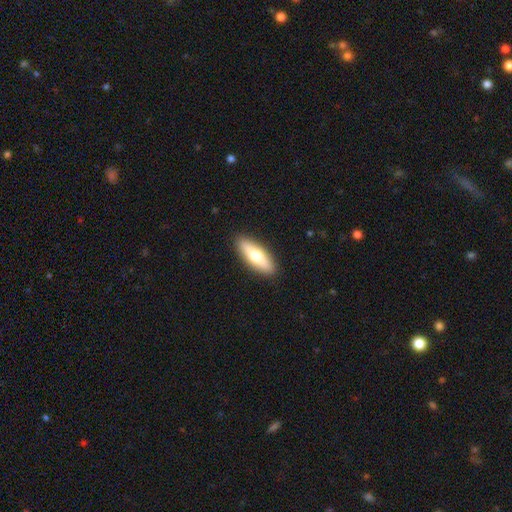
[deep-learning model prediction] smooth 64%, featured or disk 31%, star or artifact 6%. Down the decision tree: how rounded — in between (51%); merging — none (90%).